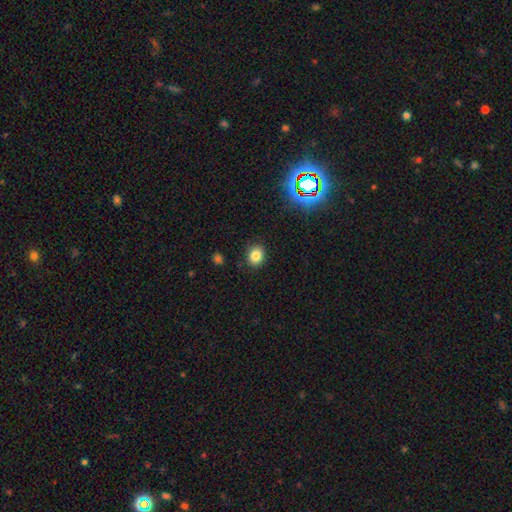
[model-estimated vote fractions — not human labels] smooth-or-featured: smooth: 82% | star or artifact: 13% | featured or disk: 6%
  how-rounded: round: 60% | in between: 39% | cigar-shaped: 1%
  merging: none: 89% | minor disturbance: 8% | major disturbance: 2% | merger: 1%